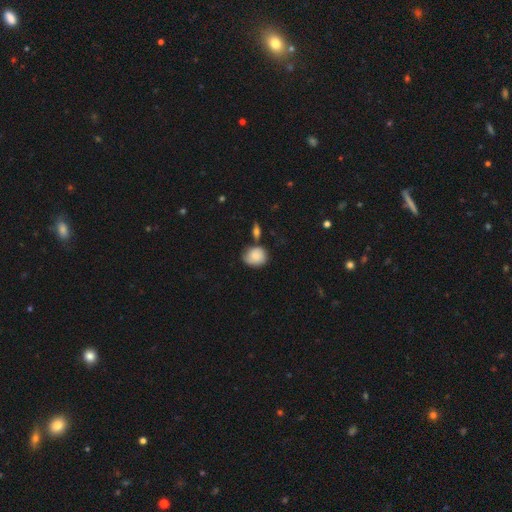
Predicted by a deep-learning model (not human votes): A smooth galaxy with no disk features (82%) that is round (60%).

Vote fractions:
- Smooth or featured? smooth: 82% / featured or disk: 11% / star or artifact: 8%
- How rounded? round: 60% / in between: 39% / cigar-shaped: 1%
- Merging? none: 59% / minor disturbance: 25% / merger: 10% / major disturbance: 6%